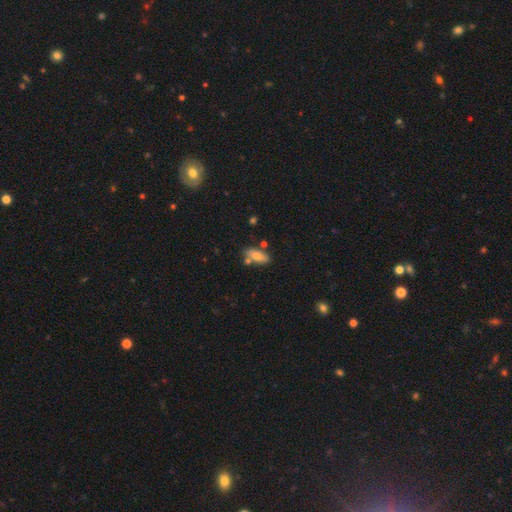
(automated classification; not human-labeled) Smooth or featured? Predicted: smooth (p=0.75). How rounded? Predicted: in between (p=0.74). Merging? Predicted: none (p=0.67).